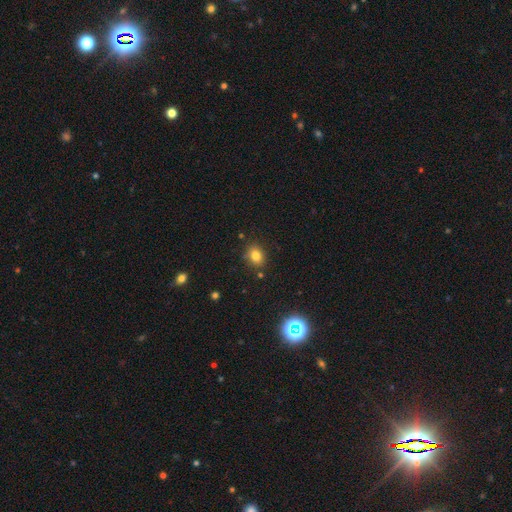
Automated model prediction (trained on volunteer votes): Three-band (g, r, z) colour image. It shows a smooth galaxy with no disk features (78%) that is round (51%). Merging: none (83%).